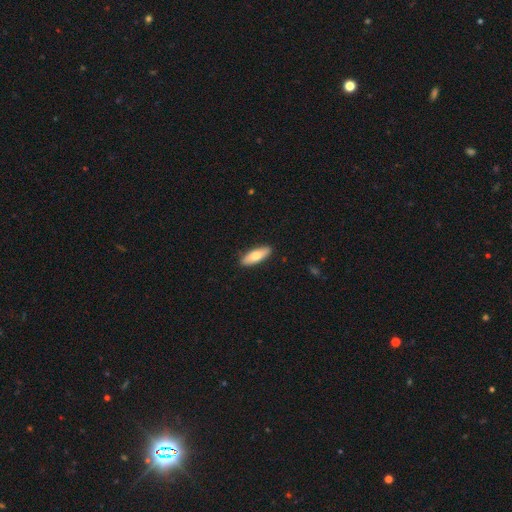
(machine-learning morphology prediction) Overall: smooth (74%). How rounded: in between (62%; cigar-shaped 36%). Merging: none (90%).